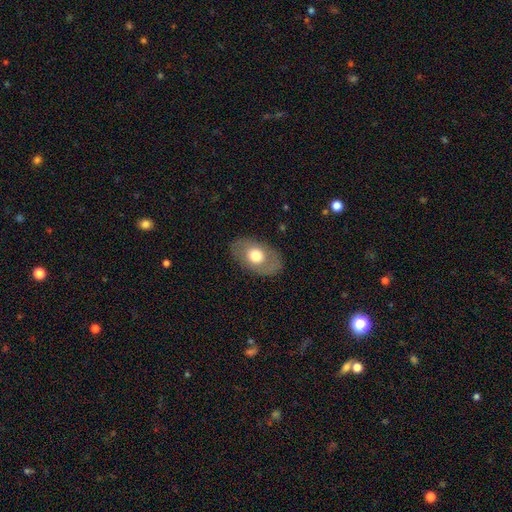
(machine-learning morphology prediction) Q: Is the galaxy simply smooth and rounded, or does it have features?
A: smooth — 61%.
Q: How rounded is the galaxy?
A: in between — 85%.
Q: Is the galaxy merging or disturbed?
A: none — 83%.